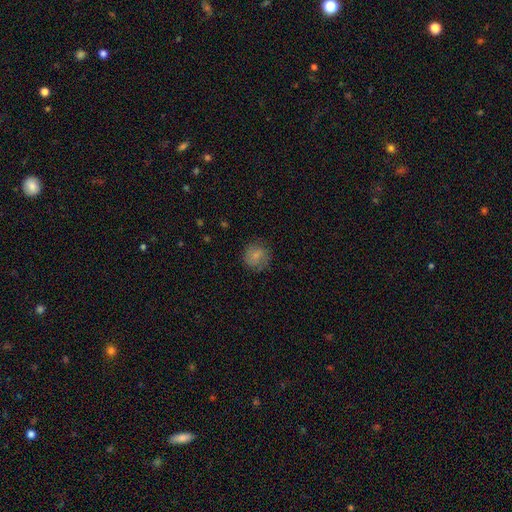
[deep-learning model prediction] This is likely a smooth galaxy (78%). How rounded: clearly round (87%). Merging: likely none (77%).